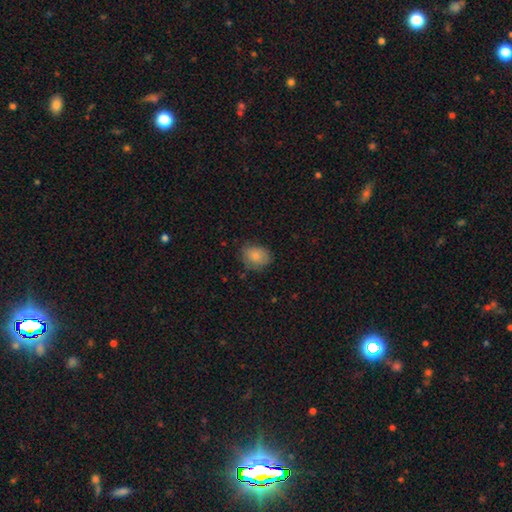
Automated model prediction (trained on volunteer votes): smooth 84%, featured or disk 8%, star or artifact 8%. Down the decision tree: how rounded — in between (54%); merging — none (72%).